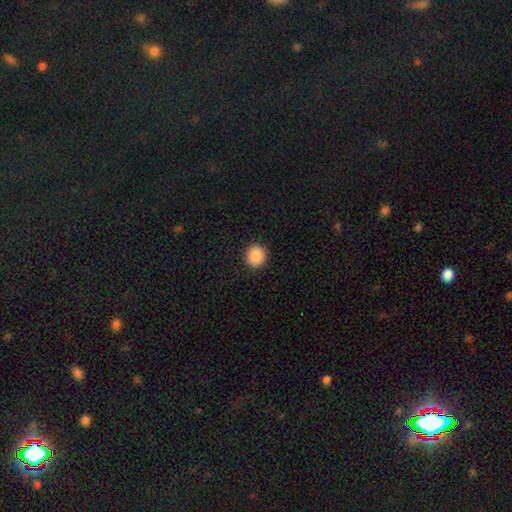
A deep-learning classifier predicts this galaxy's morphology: Q: Smooth or featured?
A: smooth (89%); runner-up: star or artifact (8%)
Q: How rounded?
A: round (92%); runner-up: in between (7%)
Q: Merging?
A: none (92%); runner-up: minor disturbance (5%)